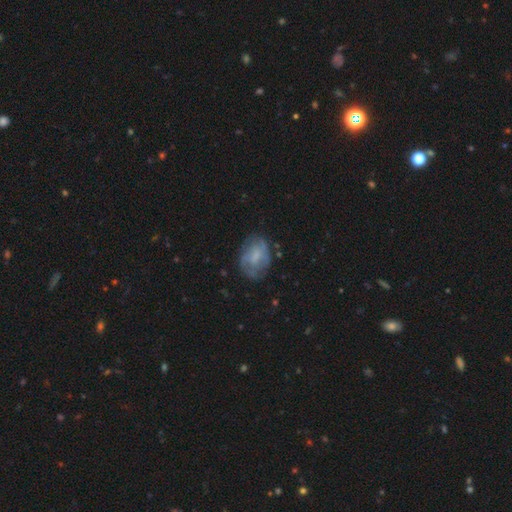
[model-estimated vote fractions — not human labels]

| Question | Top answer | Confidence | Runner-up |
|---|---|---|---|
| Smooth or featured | featured or disk | 52% | smooth (39%) |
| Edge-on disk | no | 97% | yes (3%) |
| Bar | no | 55% | weak (38%) |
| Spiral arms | yes | 63% | no (37%) |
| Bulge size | none | 33% | small (31%) |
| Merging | none | 64% | minor disturbance (23%) |